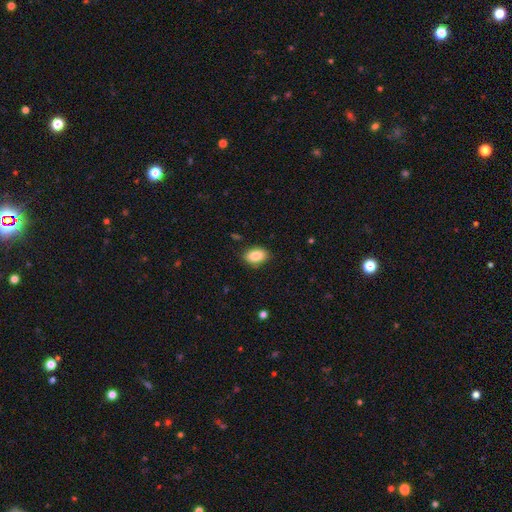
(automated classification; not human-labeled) Smooth or featured? smooth (87%)
How rounded? in between (87%)
Merging? none (85%)